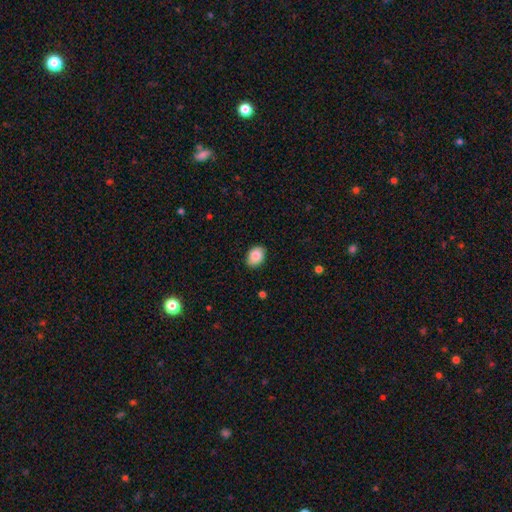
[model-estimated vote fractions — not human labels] This is clearly a smooth galaxy (88%). How rounded: likely in between (76%). Merging: clearly none (87%).